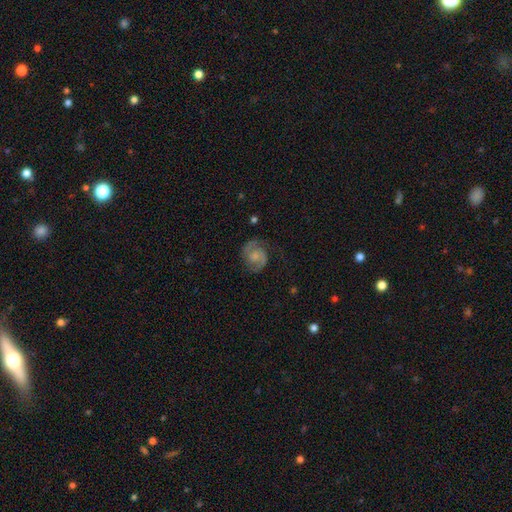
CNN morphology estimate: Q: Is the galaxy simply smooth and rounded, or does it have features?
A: featured or disk — 77%.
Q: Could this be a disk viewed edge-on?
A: no — 98%.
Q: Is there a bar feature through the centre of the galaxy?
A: no — 62%.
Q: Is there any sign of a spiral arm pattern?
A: yes — 95%.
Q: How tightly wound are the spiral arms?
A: medium — 51%.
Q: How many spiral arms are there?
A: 2 — 89%.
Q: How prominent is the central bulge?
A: small — 35%.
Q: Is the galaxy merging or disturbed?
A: none — 73%.